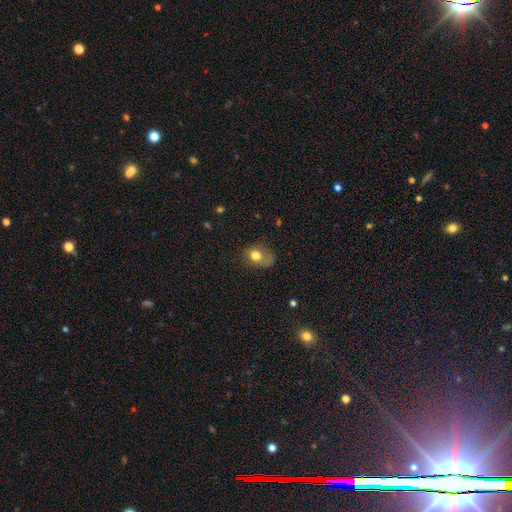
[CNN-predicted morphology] A smooth galaxy with no disk features (72%) that is in between round and cigar-shaped (51%).

Vote fractions:
- Smooth or featured? smooth: 72% / featured or disk: 16% / star or artifact: 12%
- How rounded? in between: 51% / round: 48% / cigar-shaped: 1%
- Merging? none: 37% / minor disturbance: 32% / major disturbance: 28% / merger: 3%